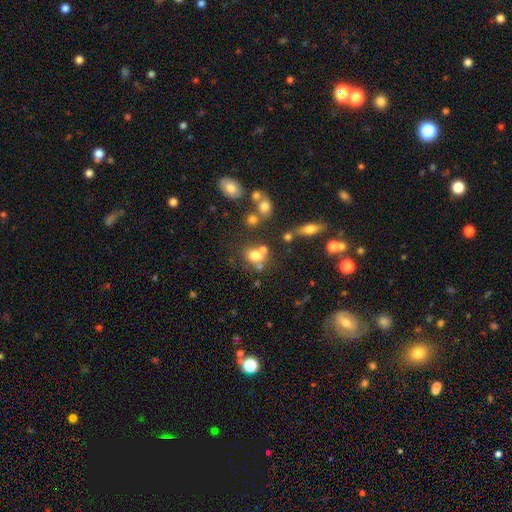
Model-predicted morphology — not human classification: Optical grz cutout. It shows a smooth galaxy with no disk features (70%) that is round (65%). Merging: none (48%).